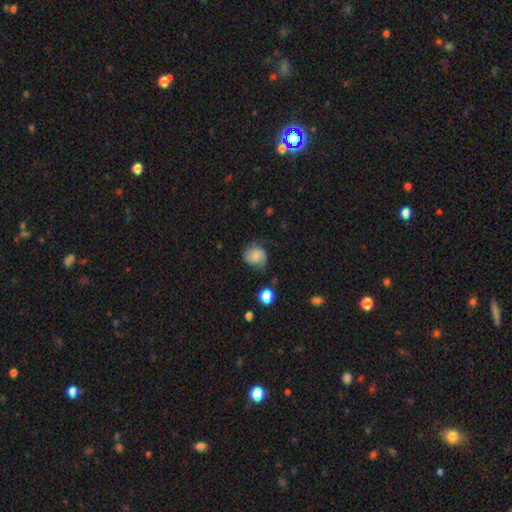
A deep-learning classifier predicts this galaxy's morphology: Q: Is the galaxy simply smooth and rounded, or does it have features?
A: smooth — 58%.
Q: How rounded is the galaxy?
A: round — 71%.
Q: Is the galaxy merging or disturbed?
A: none — 58%.